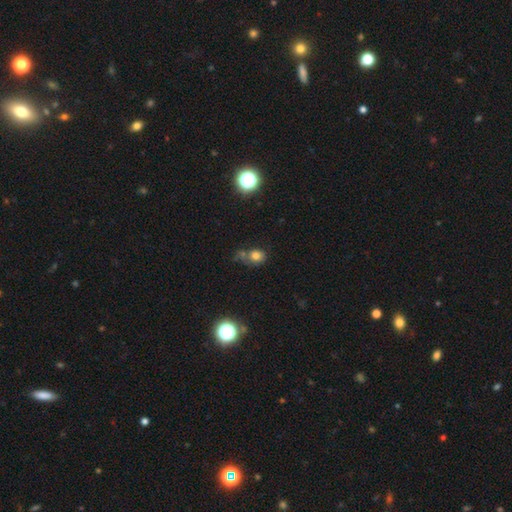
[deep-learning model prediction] Smooth or featured? Predicted: smooth (p=0.73). How rounded? Predicted: round (p=0.59). Merging? Predicted: none (p=0.46).